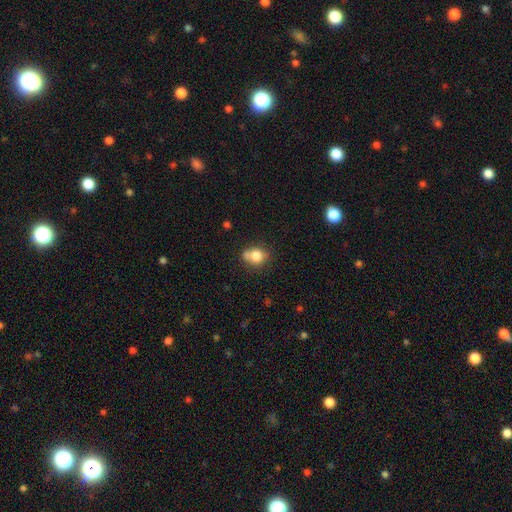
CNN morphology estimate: smooth_or_featured: smooth (p=0.78) [alt: featured or disk p=0.11]
how_rounded: round (p=0.65) [alt: in between p=0.34]
merging: none (p=0.50) [alt: merger p=0.25]